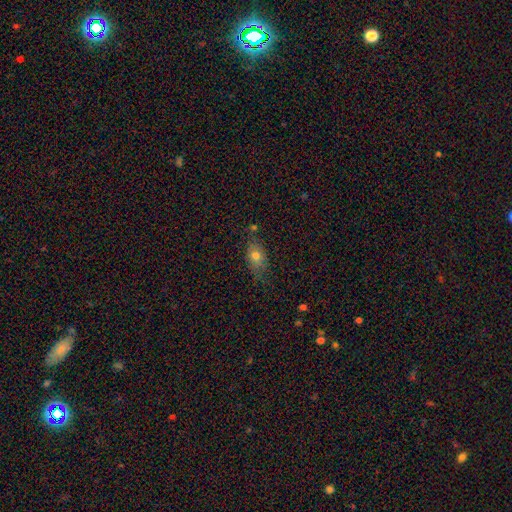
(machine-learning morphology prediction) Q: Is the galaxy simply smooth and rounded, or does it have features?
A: smooth — 71%.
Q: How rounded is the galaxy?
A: in between — 77%.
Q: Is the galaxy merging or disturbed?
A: none — 68%.